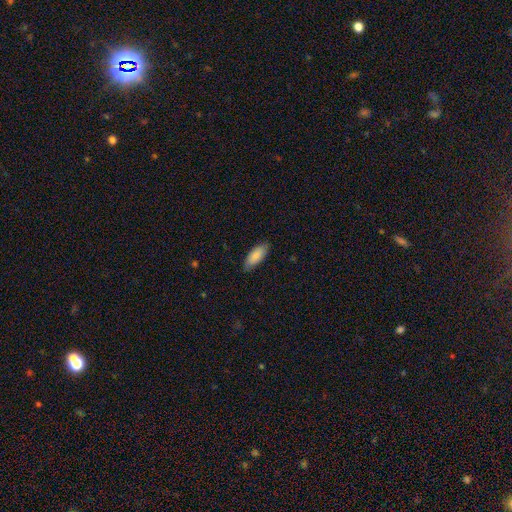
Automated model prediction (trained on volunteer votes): Morphology: type=smooth (87%); roundness=in between (81%); merging=none (83%).